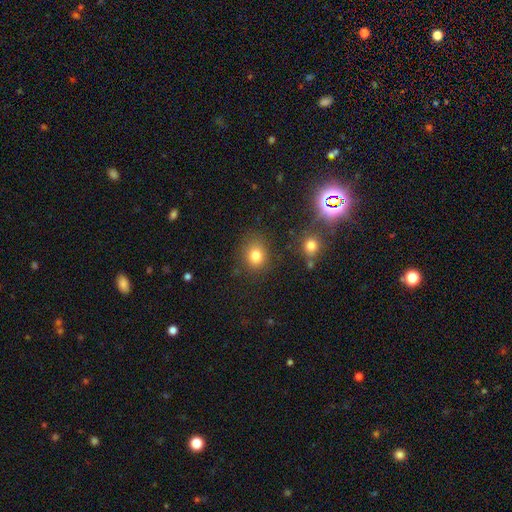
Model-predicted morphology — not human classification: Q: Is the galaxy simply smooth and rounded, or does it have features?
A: smooth — 79%.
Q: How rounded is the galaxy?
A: round — 64%.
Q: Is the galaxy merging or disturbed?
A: none — 81%.